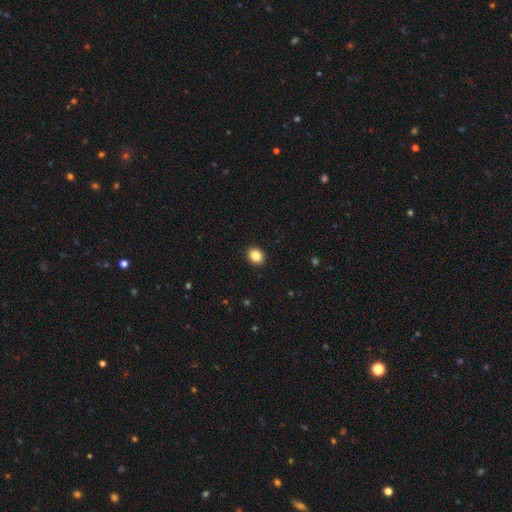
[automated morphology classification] Smooth or featured? Predicted: smooth (p=0.85). How rounded? Predicted: round (p=0.60). Merging? Predicted: none (p=0.93).